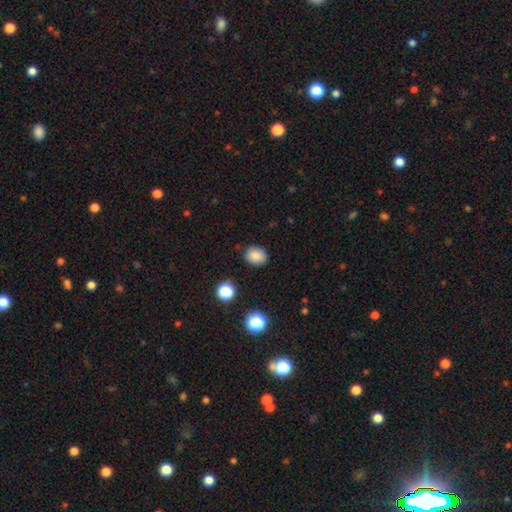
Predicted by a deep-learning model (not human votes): Smooth or featured? smooth (85%)
How rounded? round (62%)
Merging? none (86%)